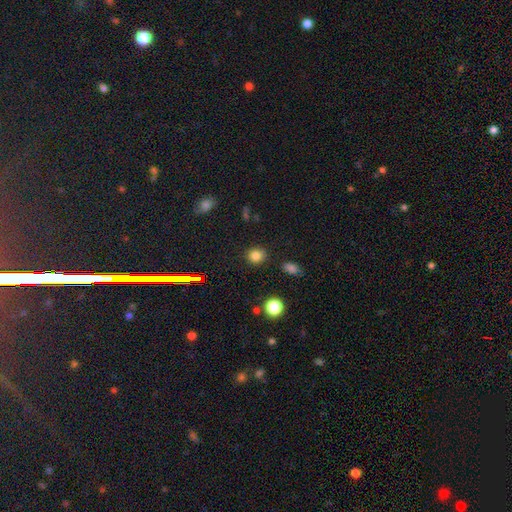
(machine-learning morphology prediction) smooth_or_featured: smooth (p=0.81) [alt: star or artifact p=0.14]
how_rounded: round (p=0.83) [alt: in between p=0.16]
merging: none (p=0.86) [alt: minor disturbance p=0.09]